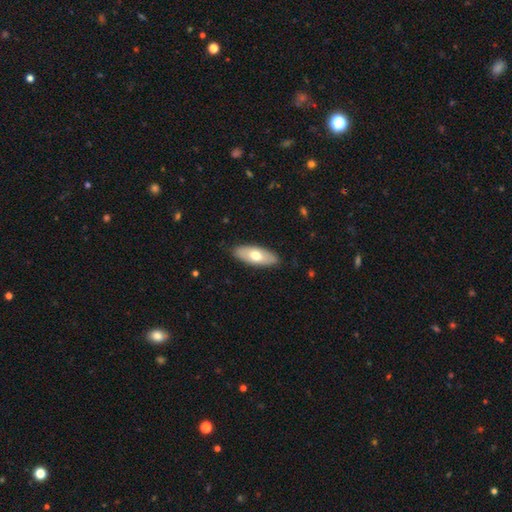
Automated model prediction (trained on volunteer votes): smooth 64%, featured or disk 31%, star or artifact 5%. Down the decision tree: how rounded — in between (79%); merging — none (87%).